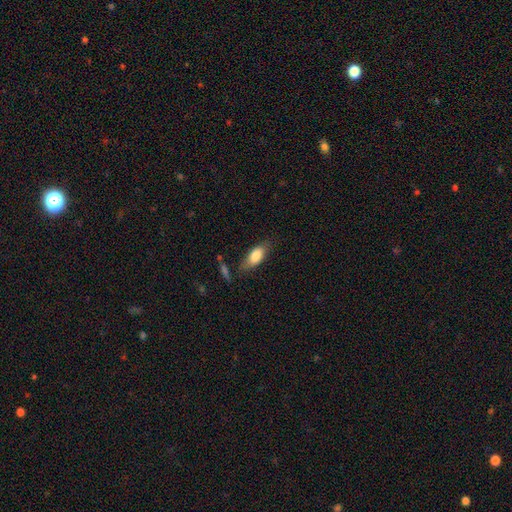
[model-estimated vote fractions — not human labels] Smooth or featured: smooth — 78% (featured or disk — 15%)
How rounded: in between — 80% (cigar-shaped — 17%)
Merging: none — 69% (minor disturbance — 20%)